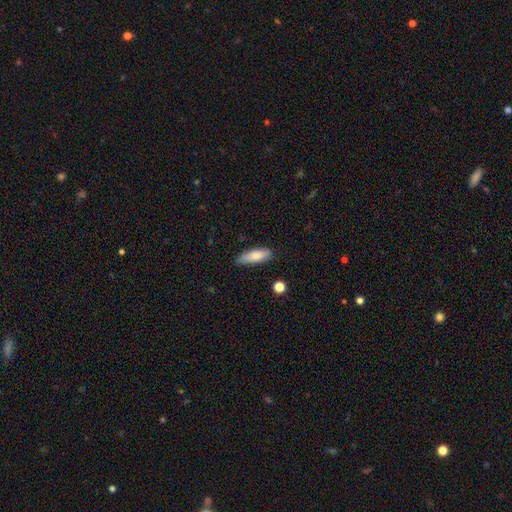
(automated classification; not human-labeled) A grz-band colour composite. It shows a smooth galaxy with no disk features (81%) that is in between round and cigar-shaped (57%). Merging: none (70%).